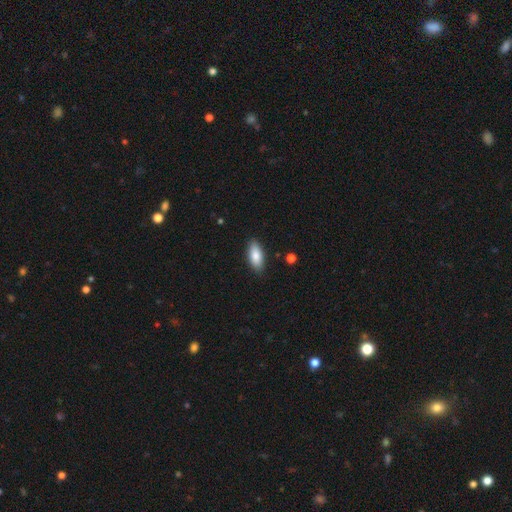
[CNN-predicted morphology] Smooth or featured? smooth (84%)
How rounded? in between (85%)
Merging? none (87%)